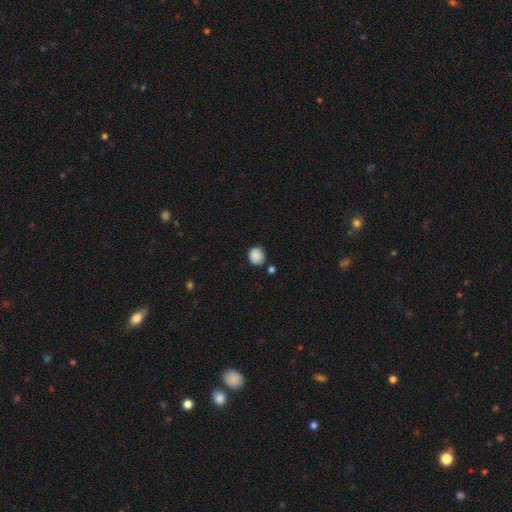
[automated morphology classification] smooth_or_featured: smooth (p=0.88) [alt: star or artifact p=0.09]
how_rounded: round (p=0.83) [alt: in between p=0.16]
merging: none (p=0.80) [alt: minor disturbance p=0.12]